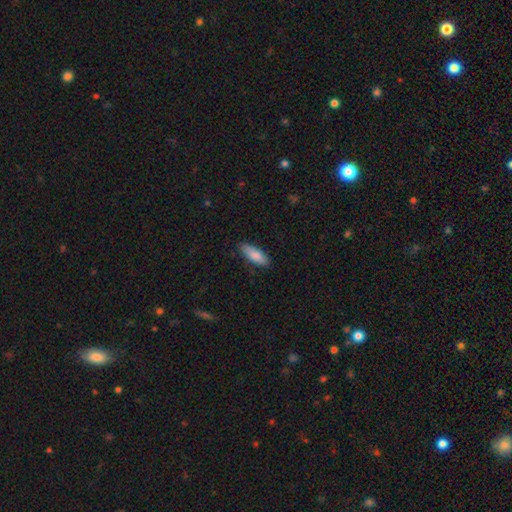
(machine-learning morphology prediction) A smooth galaxy with no disk features (86%) that is in between round and cigar-shaped (63%). Merging: none (84%).